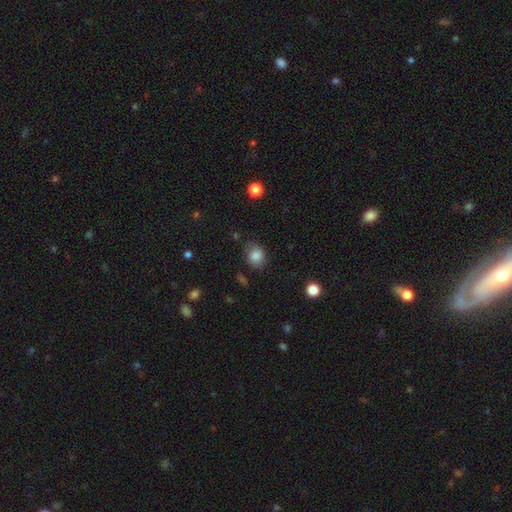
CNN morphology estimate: This is clearly a smooth galaxy (82%). How rounded: possibly round (56%). Merging: likely none (70%).